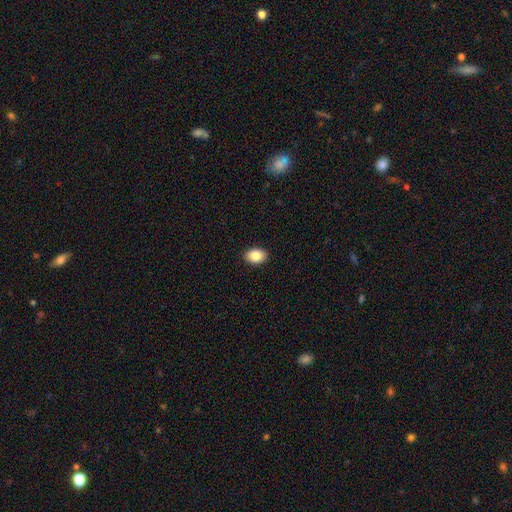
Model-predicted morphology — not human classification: smooth_or_featured: smooth (p=0.85) [alt: star or artifact p=0.08]
how_rounded: in between (p=0.79) [alt: round p=0.20]
merging: none (p=0.91) [alt: minor disturbance p=0.06]